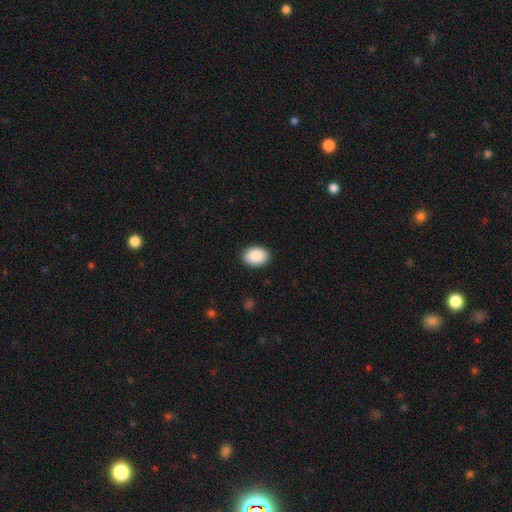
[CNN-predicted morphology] Smooth or featured? Predicted: smooth (p=0.89). How rounded? Predicted: in between (p=0.80). Merging? Predicted: none (p=0.90).